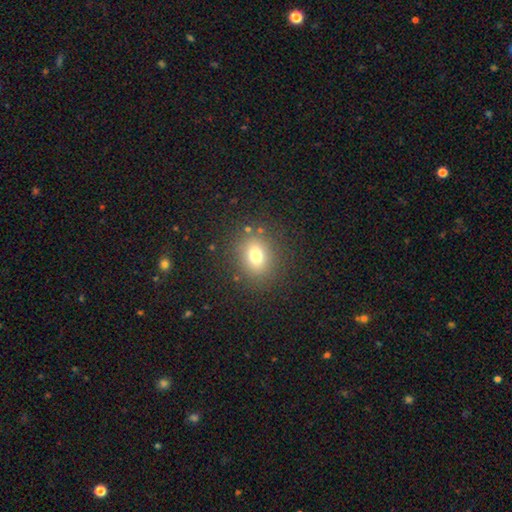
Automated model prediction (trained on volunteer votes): A smooth galaxy with no disk features (73%) that is round (60%).

Vote fractions:
- Smooth or featured? smooth: 73% / star or artifact: 16% / featured or disk: 11%
- How rounded? round: 60% / in between: 39% / cigar-shaped: 1%
- Merging? none: 85% / minor disturbance: 9% / major disturbance: 4% / merger: 2%